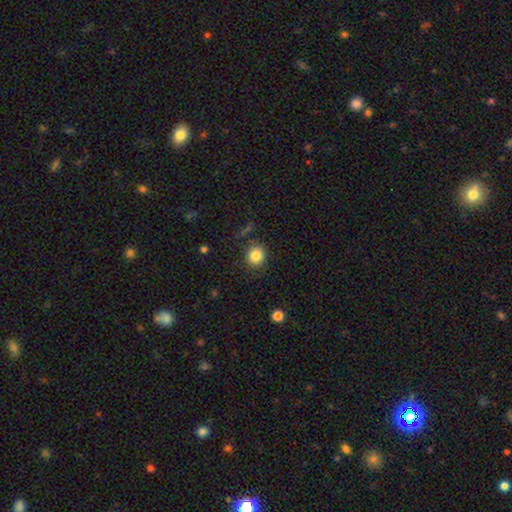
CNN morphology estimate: smooth-or-featured: smooth: 84% | star or artifact: 11% | featured or disk: 6%
  how-rounded: round: 86% | in between: 13% | cigar-shaped: 1%
  merging: none: 85% | minor disturbance: 10% | major disturbance: 3% | merger: 2%